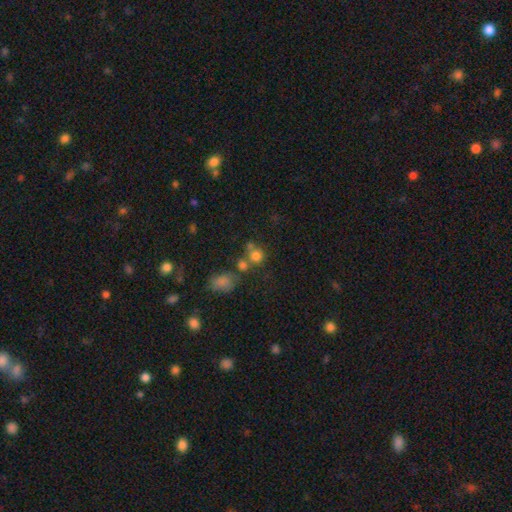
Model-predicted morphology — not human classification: smooth-or-featured: smooth: 74% | star or artifact: 15% | featured or disk: 11%
  how-rounded: round: 83% | in between: 16% | cigar-shaped: 1%
  merging: none: 50% | merger: 33% | minor disturbance: 10% | major disturbance: 6%